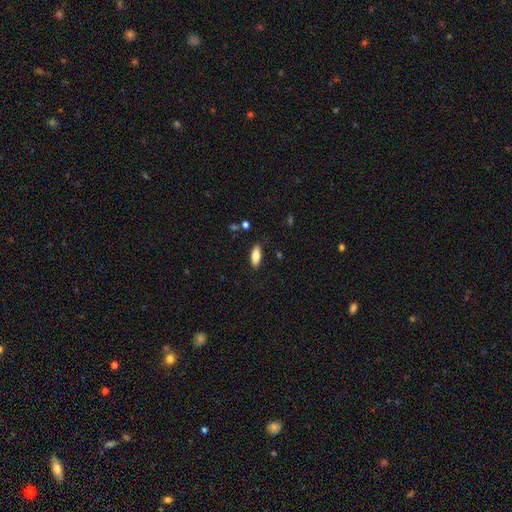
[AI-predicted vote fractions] Smooth or featured? Predicted: smooth (p=0.81). How rounded? Predicted: in between (p=0.77). Merging? Predicted: none (p=0.84).